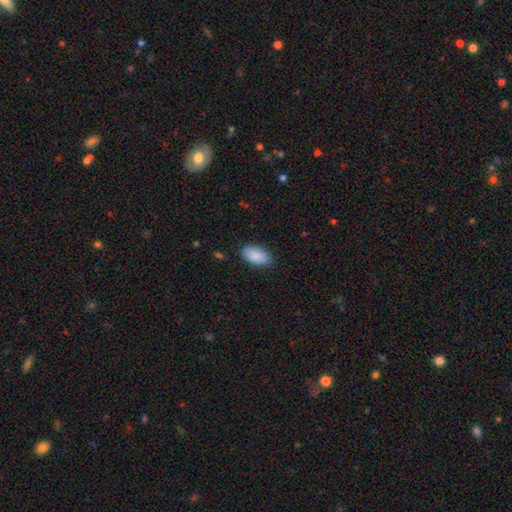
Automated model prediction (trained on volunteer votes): smooth-or-featured: smooth: 89% | star or artifact: 6% | featured or disk: 5%
  how-rounded: in between: 94% | round: 3% | cigar-shaped: 3%
  merging: none: 83% | minor disturbance: 13% | major disturbance: 3% | merger: 1%